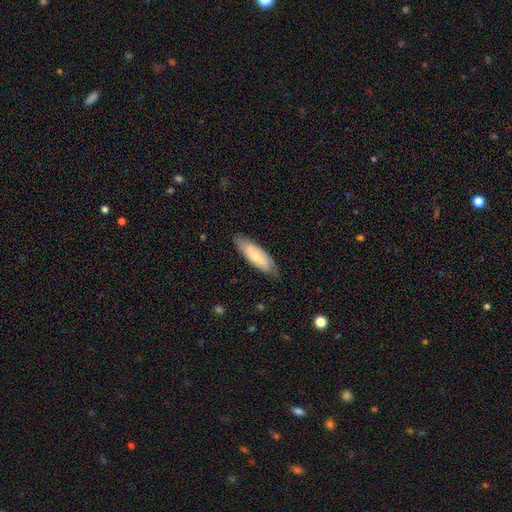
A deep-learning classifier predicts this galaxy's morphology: smooth-or-featured: smooth: 58% | featured or disk: 36% | star or artifact: 6%
  how-rounded: in between: 55% | cigar-shaped: 43% | round: 2%
  merging: none: 80% | minor disturbance: 16% | major disturbance: 3% | merger: 1%